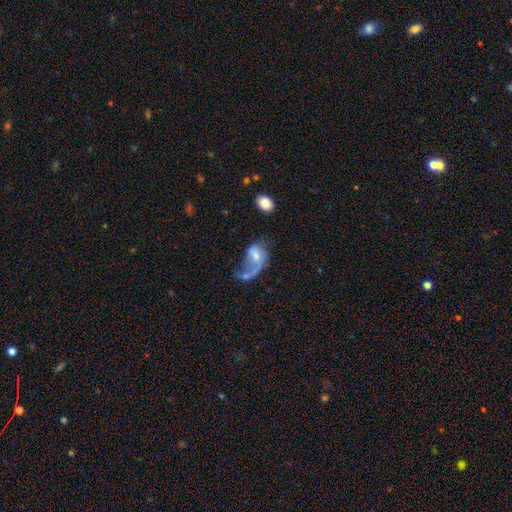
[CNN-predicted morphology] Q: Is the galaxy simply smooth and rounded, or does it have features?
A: featured or disk — 60%.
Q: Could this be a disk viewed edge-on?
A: no — 96%.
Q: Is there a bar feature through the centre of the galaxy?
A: no — 56%.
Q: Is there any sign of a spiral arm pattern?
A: yes — 73%.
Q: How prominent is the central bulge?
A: small — 42%.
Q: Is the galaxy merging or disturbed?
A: major disturbance — 48%.